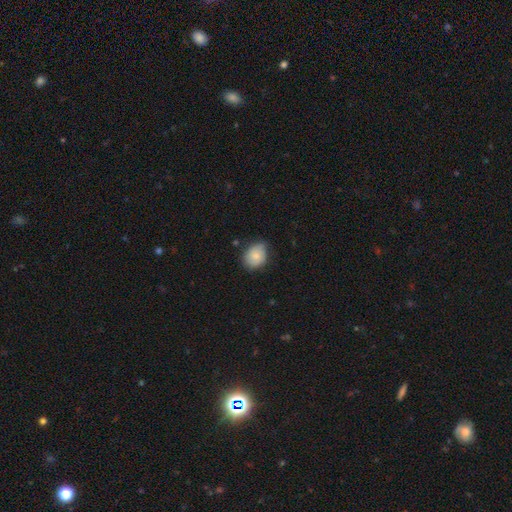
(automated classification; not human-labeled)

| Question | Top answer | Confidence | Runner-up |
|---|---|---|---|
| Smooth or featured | smooth | 70% | featured or disk (22%) |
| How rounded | in between | 52% | round (47%) |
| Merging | none | 64% | minor disturbance (29%) |